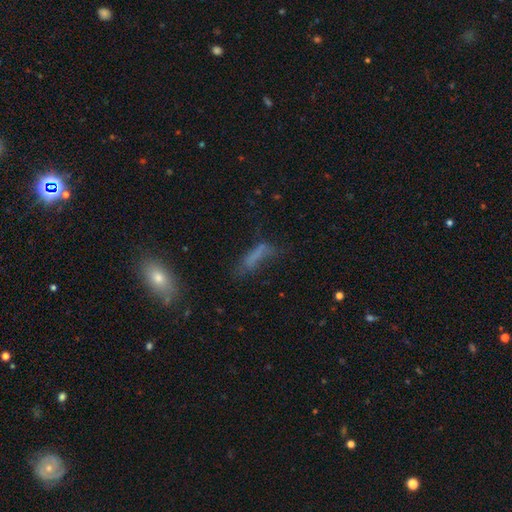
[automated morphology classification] Smooth or featured: smooth — 61% (featured or disk — 23%)
How rounded: cigar-shaped — 58% (in between — 38%)
Merging: none — 41% (major disturbance — 27%)